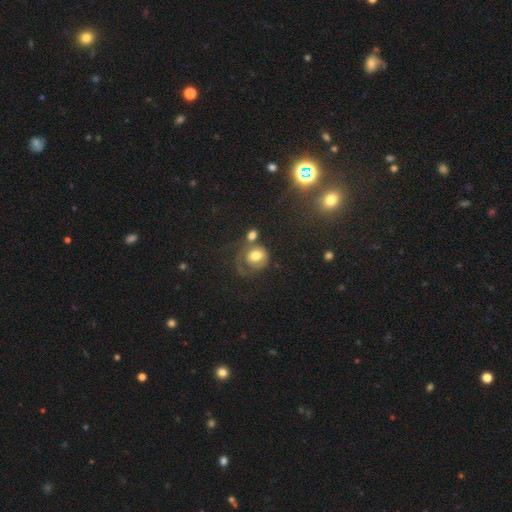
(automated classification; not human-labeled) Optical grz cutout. It shows a smooth galaxy with no disk features (53%) that is round (66%). Merging: none (36%).